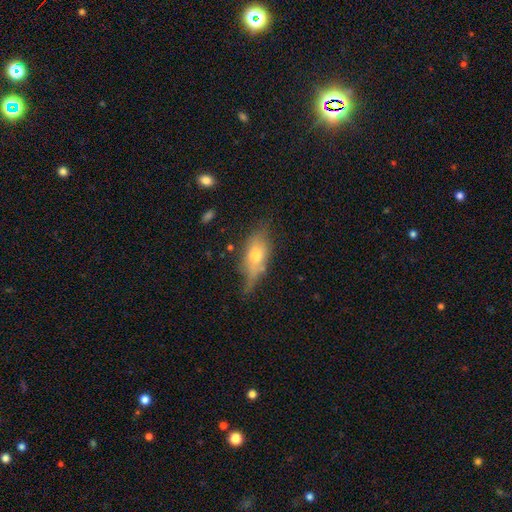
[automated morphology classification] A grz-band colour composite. It shows a smooth galaxy with no disk features (53%) that is in between round and cigar-shaped (70%). Merging: none (53%).